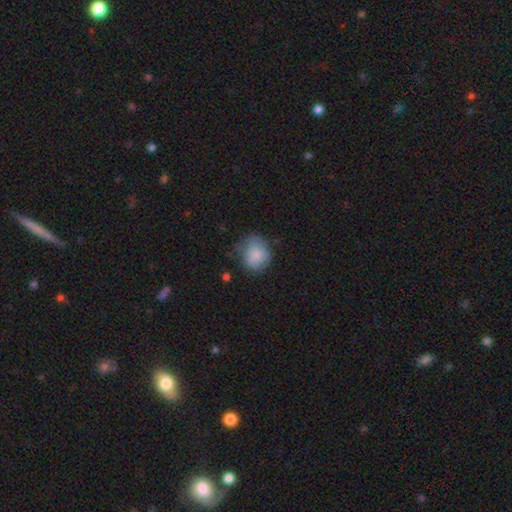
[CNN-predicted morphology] smooth-or-featured: smooth: 80% | featured or disk: 12% | star or artifact: 8%
  how-rounded: round: 66% | in between: 33% | cigar-shaped: 1%
  merging: none: 53% | minor disturbance: 32% | major disturbance: 13% | merger: 2%